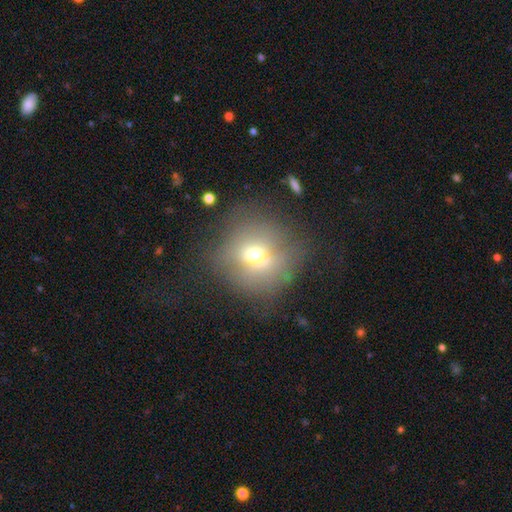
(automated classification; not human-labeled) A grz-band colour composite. It shows a smooth galaxy with no disk features (54%) that is round (90%). Merging: none (66%).